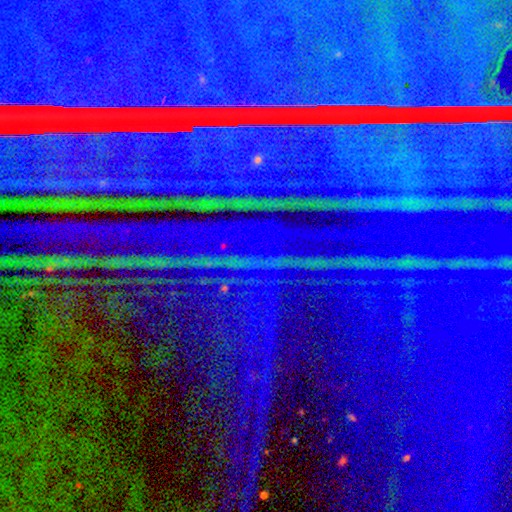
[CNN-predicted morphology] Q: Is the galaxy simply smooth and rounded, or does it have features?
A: star or artifact — 88%.